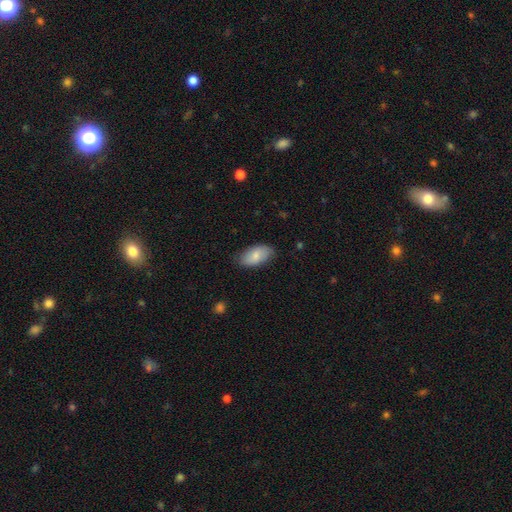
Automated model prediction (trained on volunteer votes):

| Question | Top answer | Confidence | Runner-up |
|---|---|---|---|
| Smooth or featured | smooth | 78% | featured or disk (17%) |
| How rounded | in between | 94% | round (3%) |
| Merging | none | 79% | minor disturbance (17%) |